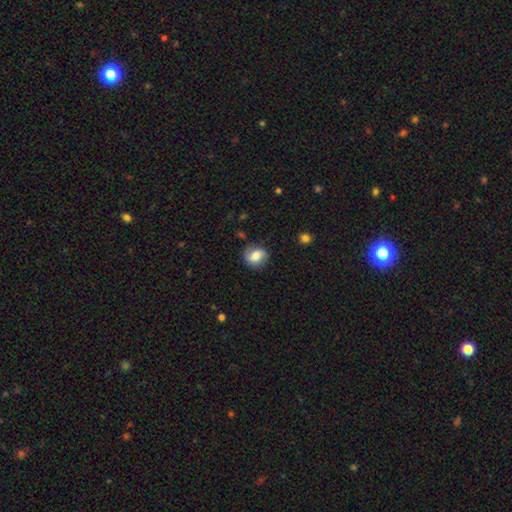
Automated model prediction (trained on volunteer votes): Smooth or featured? smooth (73%)
How rounded? round (64%)
Merging? none (79%)